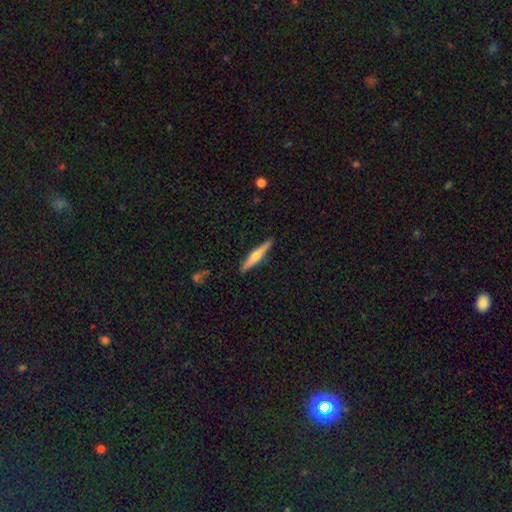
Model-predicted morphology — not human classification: A featured or disk galaxy (57%) viewed edge-on (97%) with a rounded central bulge (83%). Merging: none (89%).